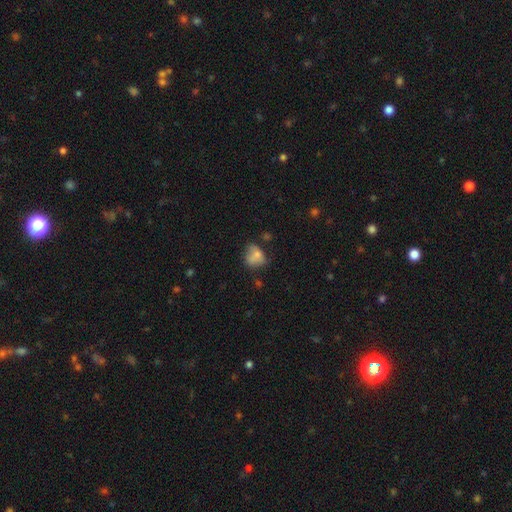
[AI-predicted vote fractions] smooth 69%, featured or disk 19%, star or artifact 12%. Down the decision tree: how rounded — in between (52%); merging — none (39%).